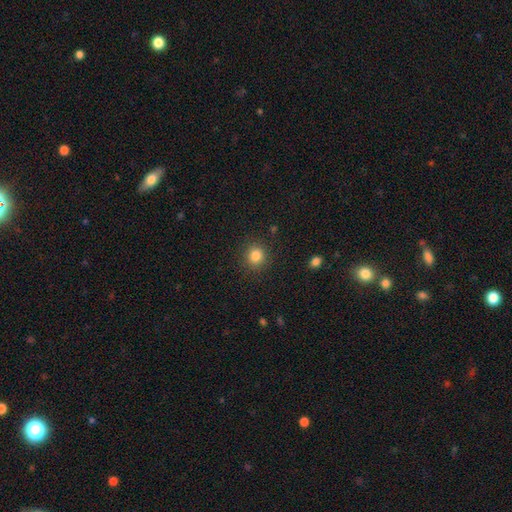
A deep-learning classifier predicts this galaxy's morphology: Smooth or featured? smooth (83%)
How rounded? round (89%)
Merging? none (89%)